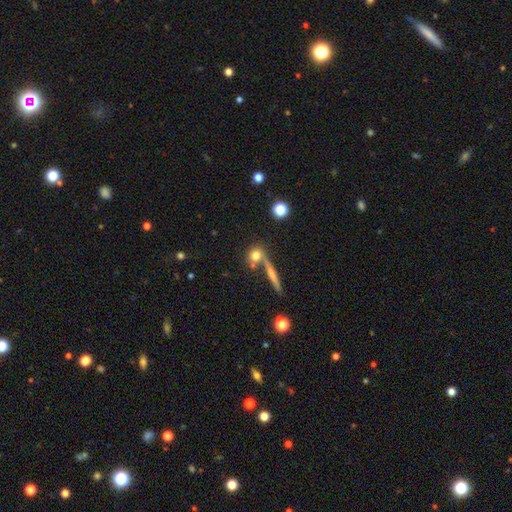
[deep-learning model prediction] Smooth or featured? smooth (71%)
How rounded? round (79%)
Merging? none (61%)